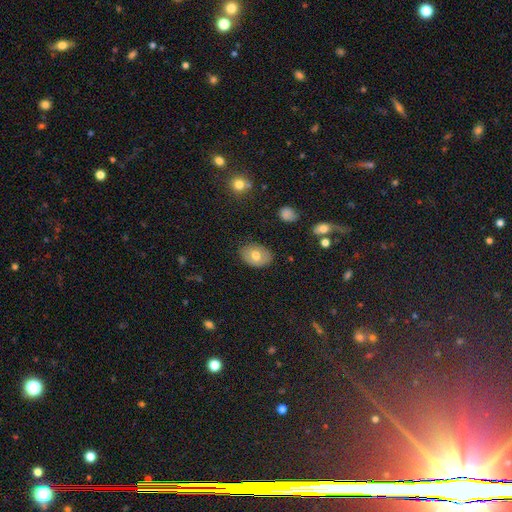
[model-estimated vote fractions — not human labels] A smooth galaxy with no disk features (67%) that is in between round and cigar-shaped (77%).

Vote fractions:
- Smooth or featured? smooth: 67% / featured or disk: 25% / star or artifact: 8%
- How rounded? in between: 77% / round: 22% / cigar-shaped: 1%
- Merging? none: 82% / minor disturbance: 14% / major disturbance: 3% / merger: 1%